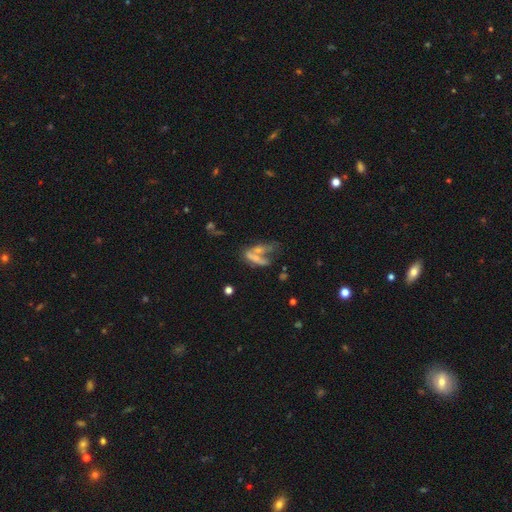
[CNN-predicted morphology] smooth-or-featured: smooth: 48% | featured or disk: 38% | star or artifact: 14%
  merging: merger: 47% | major disturbance: 21% | none: 21% | minor disturbance: 11%